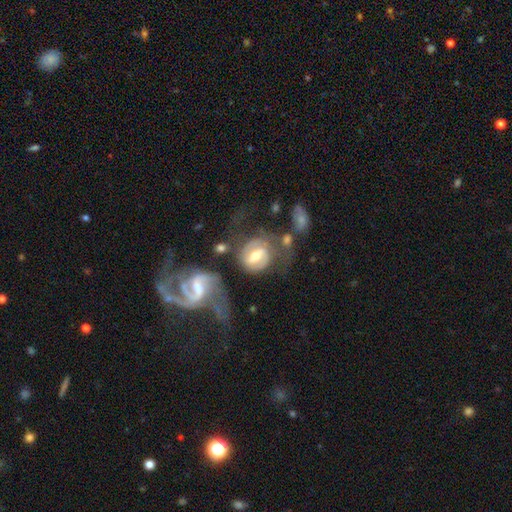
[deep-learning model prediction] smooth_or_featured: featured or disk (p=0.76) [alt: smooth p=0.18]
disk_edge_on: no (p=0.96) [alt: yes p=0.04]
bar: weak (p=0.47) [alt: strong p=0.36]
has_spiral_arms: yes (p=0.88) [alt: no p=0.12]
spiral_winding: medium (p=0.40) [tied with: tight p=0.40]
spiral_arm_count: 2 (p=0.74) [alt: can't tell p=0.14]
bulge_size: moderate (p=0.70) [alt: small p=0.20]
merging: none (p=0.42) [alt: merger p=0.21]